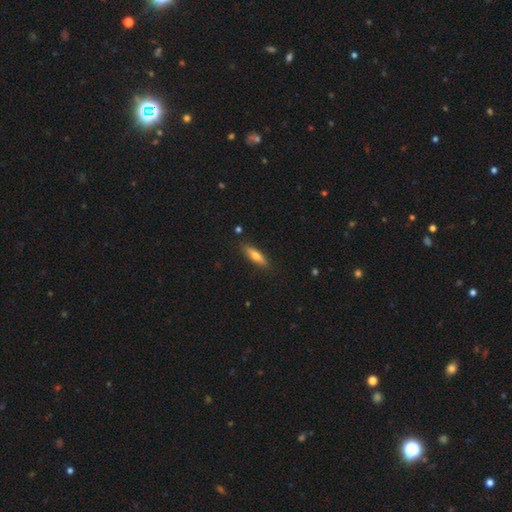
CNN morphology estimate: This is likely a smooth galaxy (64%). How rounded: likely cigar-shaped (68%). Merging: clearly none (87%).